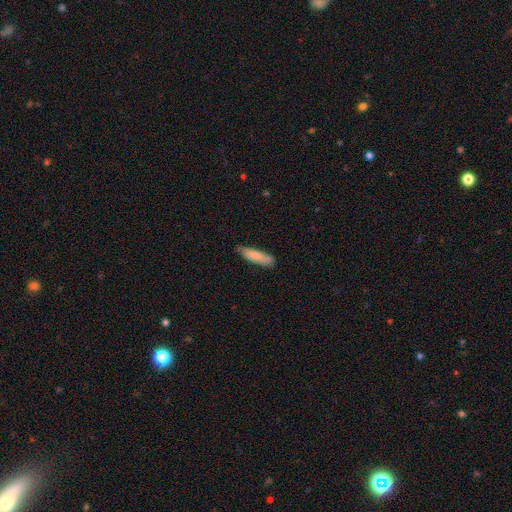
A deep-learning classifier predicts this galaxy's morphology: type=smooth (80%); roundness=cigar-shaped (70%); merging=none (73%).